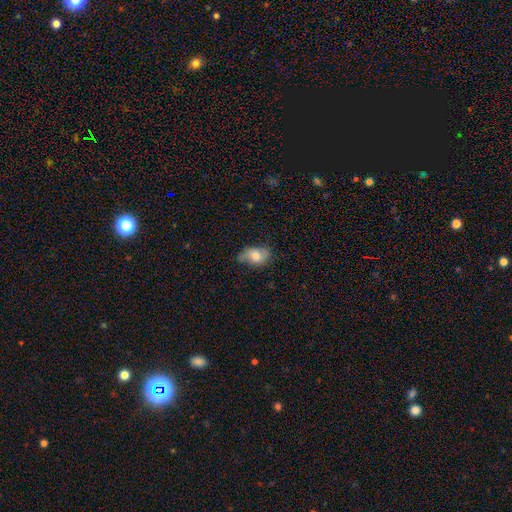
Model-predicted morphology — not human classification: This appears to be a smooth galaxy with no disk features (64%) that is in between round and cigar-shaped (85%). Merging: none (56%).